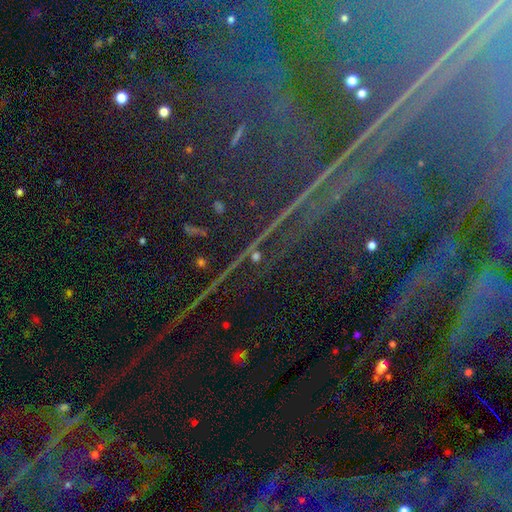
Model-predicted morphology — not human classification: Overall: star or artifact (82%).